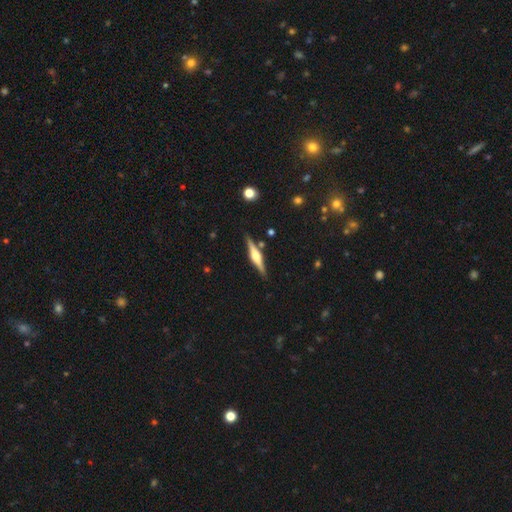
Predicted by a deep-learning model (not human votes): Smooth or featured? Predicted: featured or disk (p=0.75). Edge-on disk? Predicted: yes (p=0.98). Edge-on bulge? Predicted: rounded (p=0.88). Merging? Predicted: none (p=0.86).